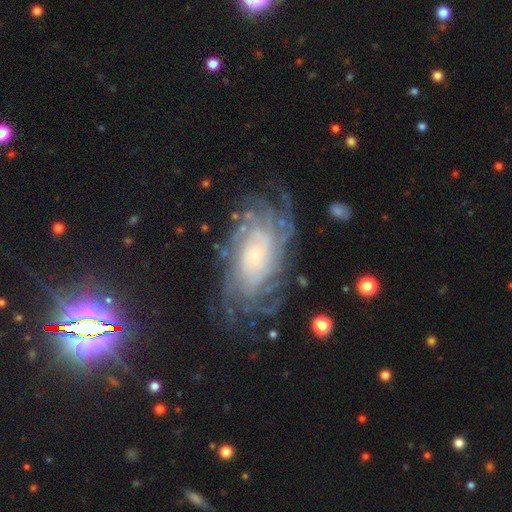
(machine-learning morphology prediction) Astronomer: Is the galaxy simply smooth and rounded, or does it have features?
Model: featured or disk — 83%.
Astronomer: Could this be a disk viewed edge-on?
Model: no — 95%.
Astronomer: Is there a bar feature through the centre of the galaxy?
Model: no — 74%.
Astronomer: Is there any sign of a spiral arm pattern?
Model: yes — 95%.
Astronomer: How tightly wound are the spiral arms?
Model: tight — 70%.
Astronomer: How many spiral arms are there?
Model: can't tell — 38% (runner-up: more than 4, 22%).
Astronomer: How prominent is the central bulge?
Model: small — 61%.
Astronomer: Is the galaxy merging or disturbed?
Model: none — 73%.